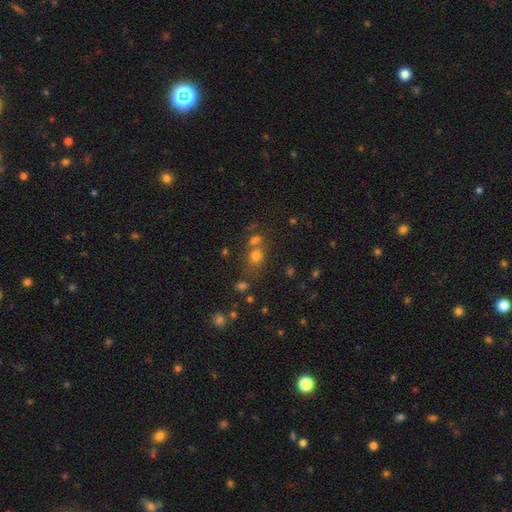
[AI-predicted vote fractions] This is likely a smooth galaxy (61%). How rounded: likely round (73%). Merging: possibly none (53%).